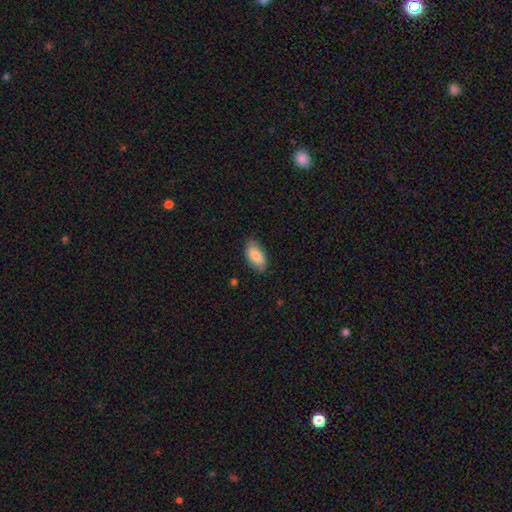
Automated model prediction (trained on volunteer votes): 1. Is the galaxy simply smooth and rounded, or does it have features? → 82% smooth, 12% featured or disk, 6% star or artifact.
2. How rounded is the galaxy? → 94% in between, 3% cigar-shaped, 3% round.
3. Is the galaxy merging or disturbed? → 79% none, 17% minor disturbance, 3% major disturbance, 1% merger.